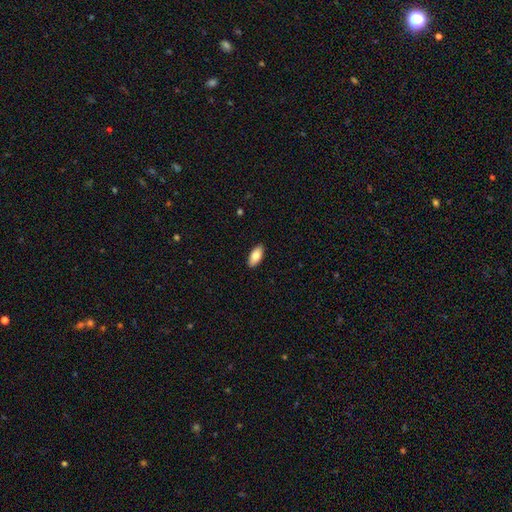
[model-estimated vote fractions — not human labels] A smooth galaxy with no disk features (82%) that is in between round and cigar-shaped (90%). Merging: none (90%).